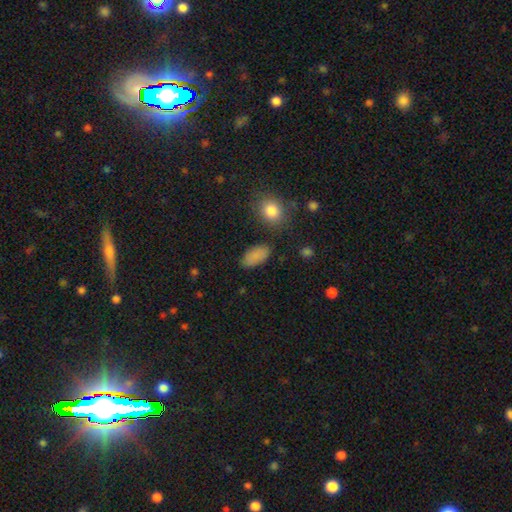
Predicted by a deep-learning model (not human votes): The model was most divided on "merging": none: 80%, minor disturbance: 14%, major disturbance: 4%, merger: 3%. More confident: how rounded — in between (92%); smooth or featured — smooth (85%).